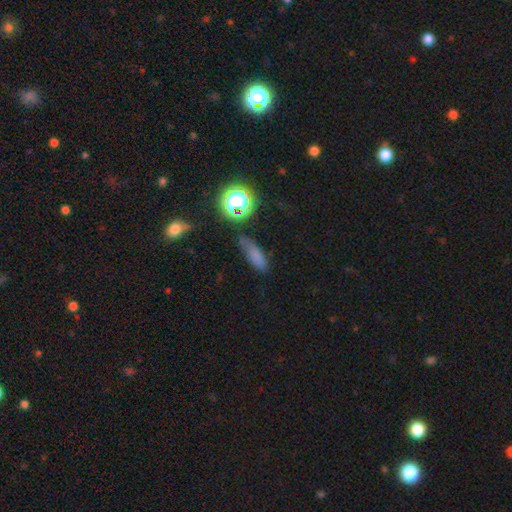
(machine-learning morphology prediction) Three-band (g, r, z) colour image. It shows a smooth galaxy with no disk features (68%) that is in between round and cigar-shaped (46%). Merging: none (67%).